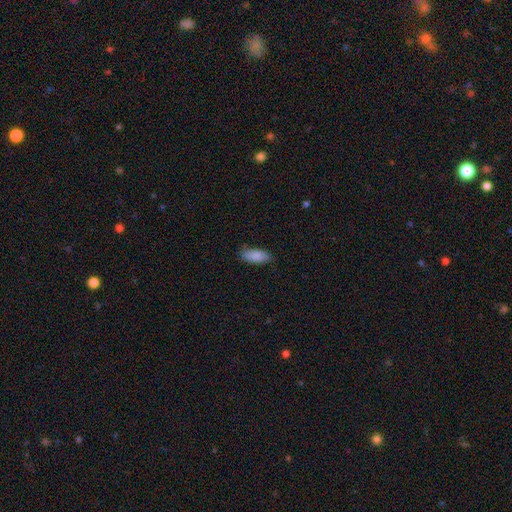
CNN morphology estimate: type=smooth (88%); roundness=in between (82%); merging=none (80%).